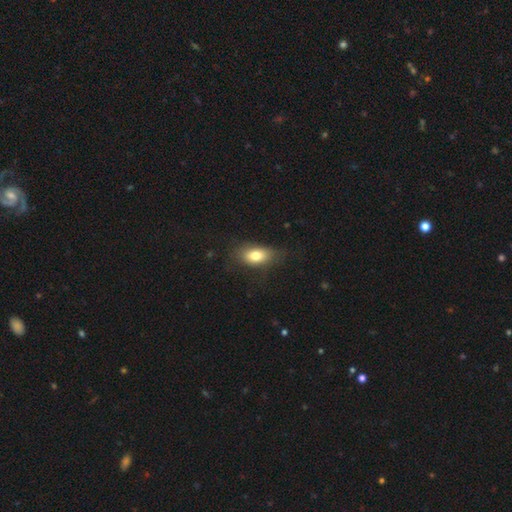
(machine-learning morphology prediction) type=smooth (78%); roundness=in between (85%); merging=none (71%).